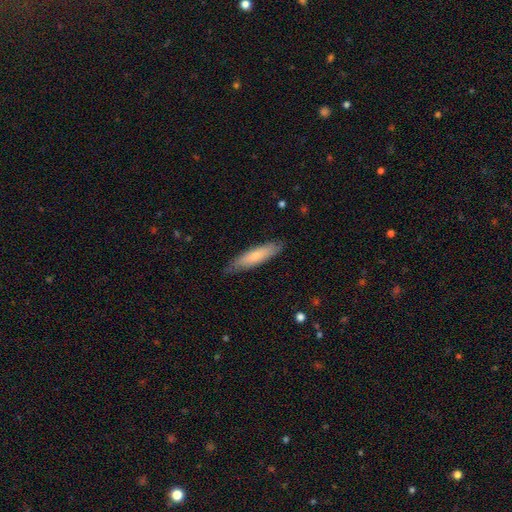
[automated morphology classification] A smooth galaxy with no disk features (66%) that is cigar-shaped (77%).

Vote fractions:
- Smooth or featured? smooth: 66% / featured or disk: 29% / star or artifact: 5%
- How rounded? cigar-shaped: 77% / in between: 22% / round: 1%
- Merging? none: 82% / minor disturbance: 15% / major disturbance: 2% / merger: 1%